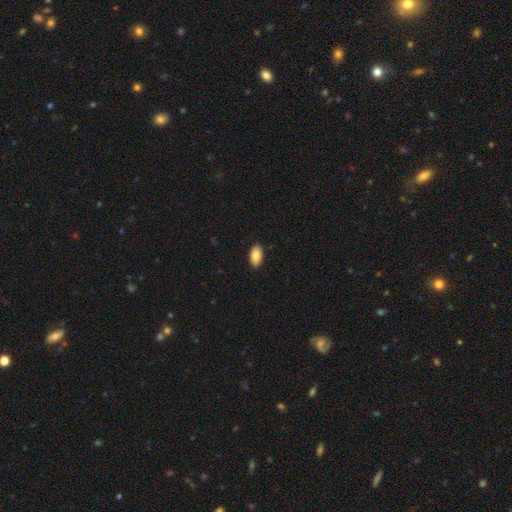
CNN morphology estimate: This is clearly a smooth galaxy (87%). How rounded: clearly in between (95%). Merging: clearly none (89%).